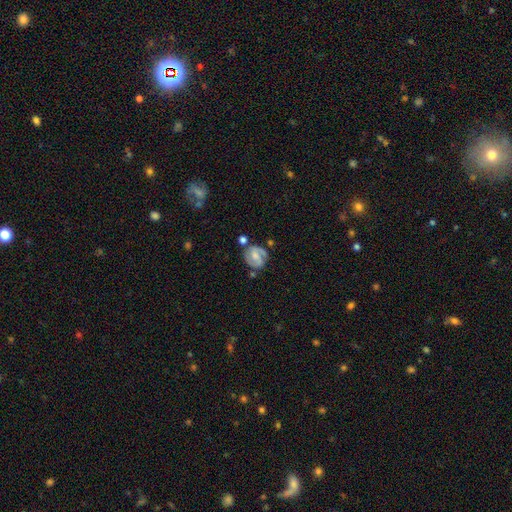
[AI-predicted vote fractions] A featured or disk galaxy (78%) with a weak bar (50%), 2 (87%) medium (48%) spiral arms (94%) and a small central bulge (42%).

Vote fractions:
- Smooth or featured? featured or disk: 78% / smooth: 16% / star or artifact: 6%
- Edge-on disk? no: 98% / yes: 2%
- Bar? weak: 50% / no: 29% / strong: 22%
- Spiral arms? yes: 94% / no: 6%
- Spiral winding? medium: 48% / tight: 41% / loose: 11%
- Spiral arm count? 2: 87% / can't tell: 6% / 1: 3% / 3: 2% / 4: 1% / more than 4: 1%
- Bulge size? small: 42% / moderate: 39% / none: 13% / large: 4% / dominant: 1%
- Merging? none: 68% / minor disturbance: 17% / merger: 9% / major disturbance: 6%